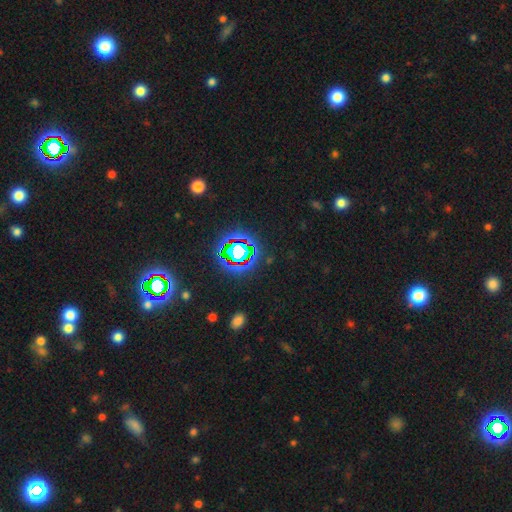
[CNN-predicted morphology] The model was most divided on "smooth or featured": star or artifact: 77%, smooth: 15%, featured or disk: 8%.